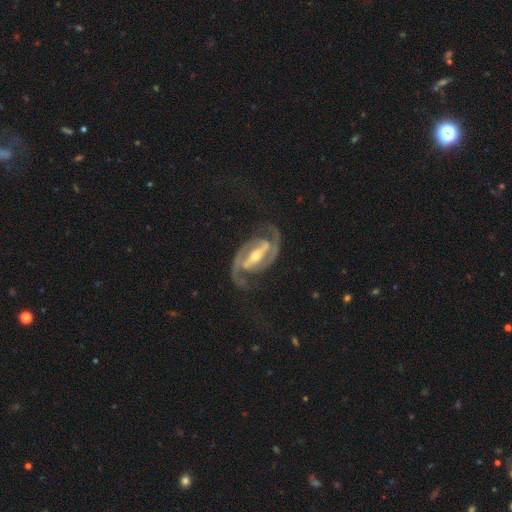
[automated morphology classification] smooth_or_featured: featured or disk (p=0.93) [alt: star or artifact p=0.04]
disk_edge_on: no (p=0.97) [alt: yes p=0.03]
bar: strong (p=0.69) [alt: weak p=0.22]
has_spiral_arms: yes (p=0.98) [alt: no p=0.02]
spiral_winding: medium (p=0.52) [alt: tight p=0.33]
spiral_arm_count: 2 (p=0.94) [alt: can't tell p=0.02]
bulge_size: moderate (p=0.55) [alt: small p=0.39]
merging: none (p=0.76) [alt: minor disturbance p=0.13]